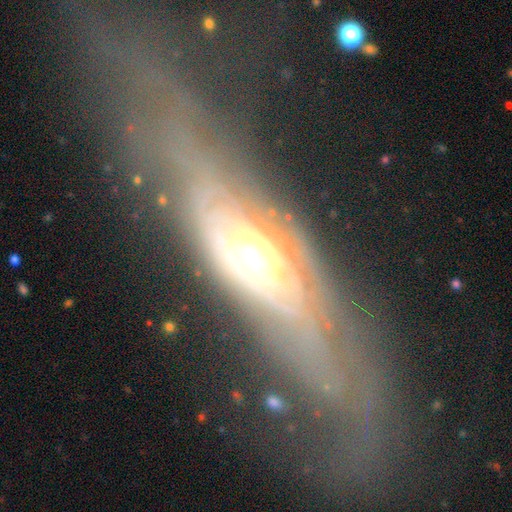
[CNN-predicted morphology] smooth-or-featured: featured or disk: 82% | smooth: 11% | star or artifact: 7%
  disk-edge-on: no: 68% | yes: 32%
    bar: no: 74% | weak: 18% | strong: 8%
    has-spiral-arms: yes: 62% | no: 38%
    bulge-size: moderate: 67% | large: 18% | small: 12% | dominant: 2% | none: 1%
  merging: none: 49% | major disturbance: 26% | minor disturbance: 22% | merger: 3%